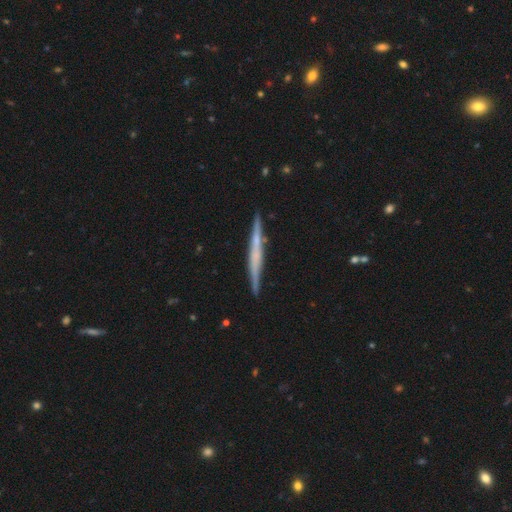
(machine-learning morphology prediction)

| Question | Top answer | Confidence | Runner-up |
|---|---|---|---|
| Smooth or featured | featured or disk | 60% | smooth (34%) |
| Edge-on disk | yes | 97% | no (3%) |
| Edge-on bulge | none | 71% | rounded (19%) |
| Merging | none | 86% | minor disturbance (10%) |